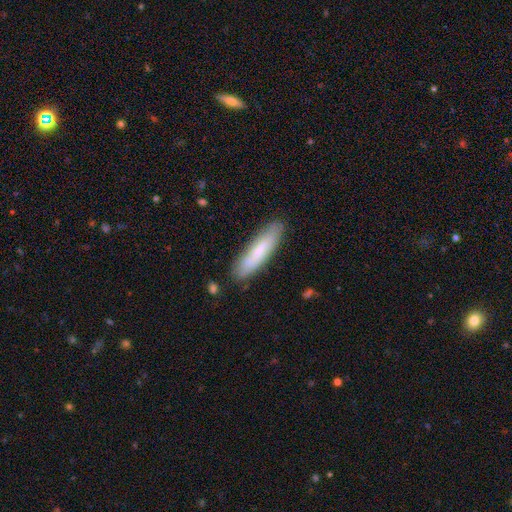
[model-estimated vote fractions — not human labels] A smooth galaxy with no disk features (68%) that is cigar-shaped (77%). Merging: none (84%).